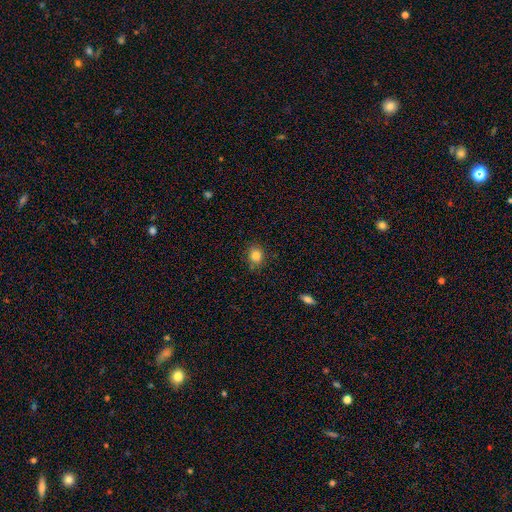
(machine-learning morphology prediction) Smooth or featured: smooth — 84% (star or artifact — 11%)
How rounded: round — 72% (in between — 27%)
Merging: none — 83% (minor disturbance — 13%)